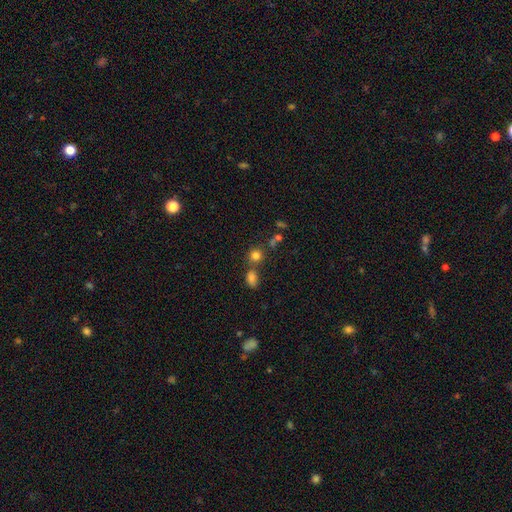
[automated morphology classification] A smooth galaxy with no disk features (78%) that is round (81%).

Vote fractions:
- Smooth or featured? smooth: 78% / star or artifact: 14% / featured or disk: 7%
- How rounded? round: 81% / in between: 18% / cigar-shaped: 1%
- Merging? none: 59% / merger: 28% / minor disturbance: 9% / major disturbance: 4%